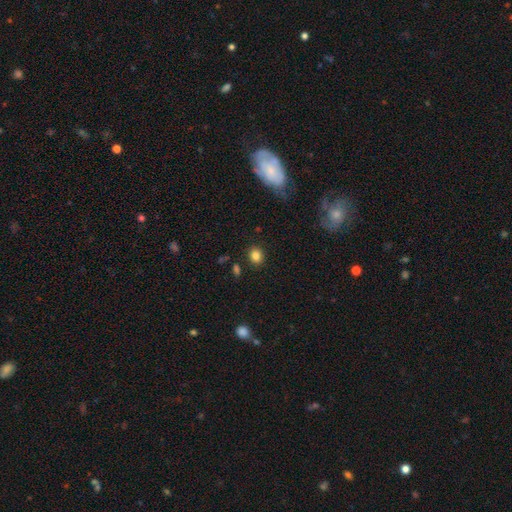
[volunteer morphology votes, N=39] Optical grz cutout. It shows a smooth galaxy with no disk features (87%) that is round (68%). Merging: none (91%).